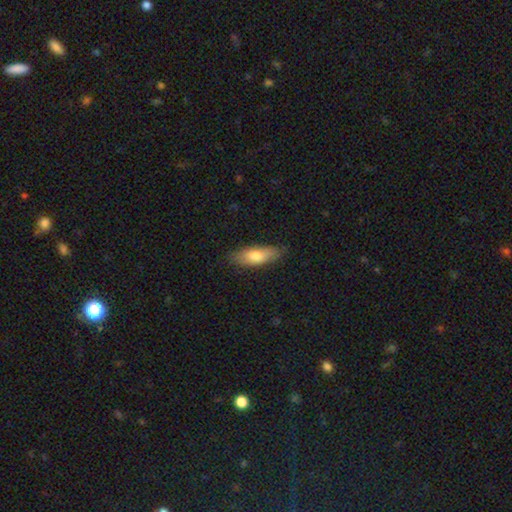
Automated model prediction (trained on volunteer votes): A smooth galaxy with no disk features (75%) that is in between round and cigar-shaped (61%).

Vote fractions:
- Smooth or featured? smooth: 75% / featured or disk: 19% / star or artifact: 6%
- How rounded? in between: 61% / cigar-shaped: 37% / round: 2%
- Merging? none: 82% / minor disturbance: 14% / major disturbance: 3% / merger: 1%